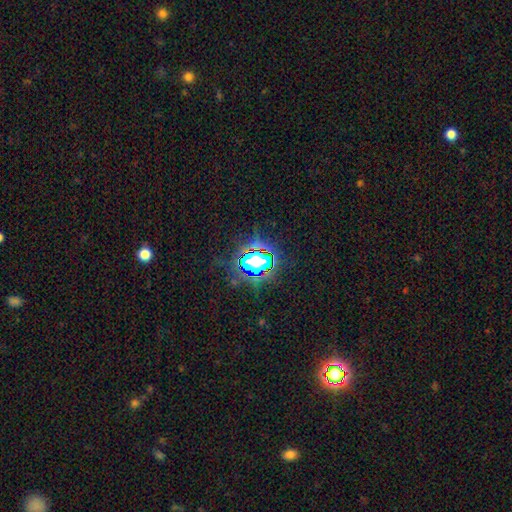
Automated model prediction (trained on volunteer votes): smooth_or_featured: star or artifact (p=0.79) [alt: smooth p=0.14]